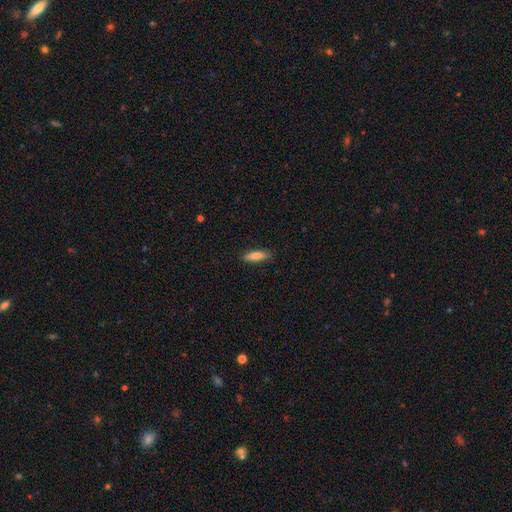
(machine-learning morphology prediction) type=smooth (81%); roundness=cigar-shaped (58%); merging=none (88%).